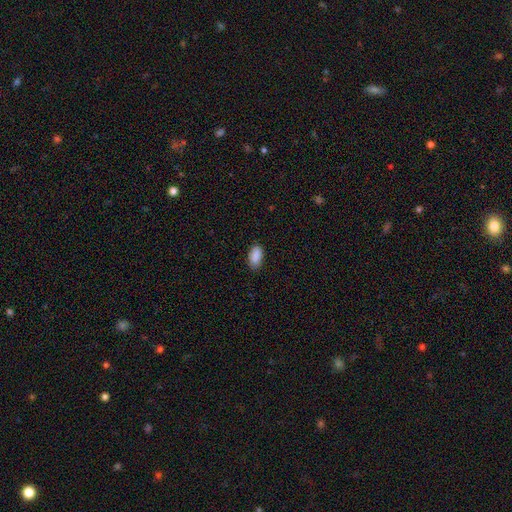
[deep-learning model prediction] smooth 90%, star or artifact 7%, featured or disk 3%. Down the decision tree: how rounded — in between (94%); merging — none (83%).